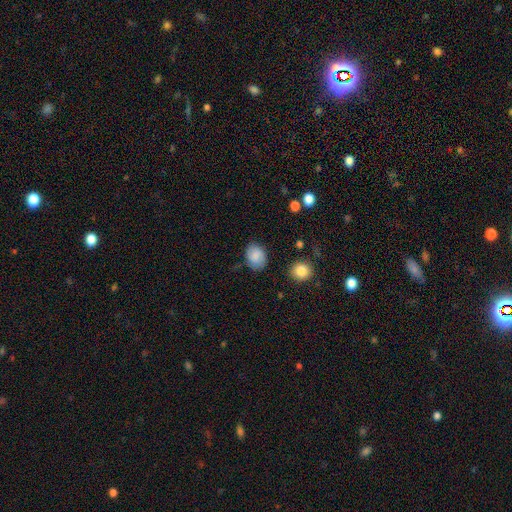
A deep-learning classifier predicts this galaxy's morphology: smooth-or-featured: smooth: 84% | featured or disk: 8% | star or artifact: 8%
  how-rounded: in between: 63% | round: 36% | cigar-shaped: 1%
  merging: none: 77% | minor disturbance: 17% | major disturbance: 4% | merger: 2%